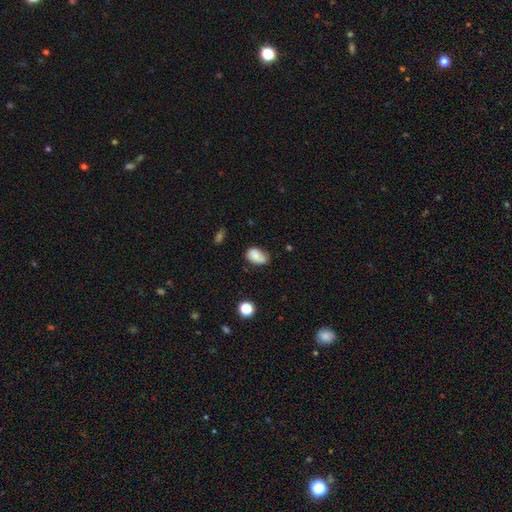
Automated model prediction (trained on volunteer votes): Smooth or featured? Predicted: smooth (p=0.77). How rounded? Predicted: in between (p=0.84). Merging? Predicted: none (p=0.52).